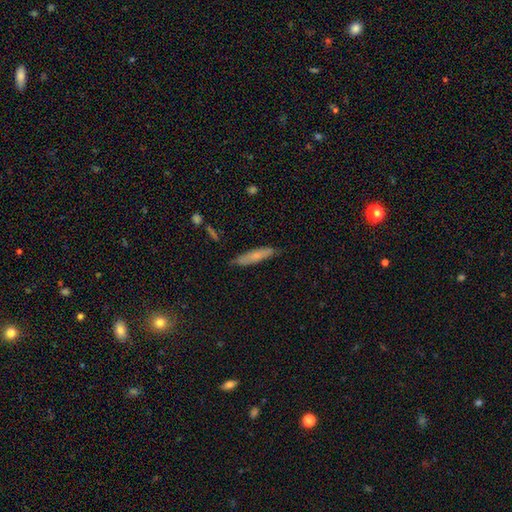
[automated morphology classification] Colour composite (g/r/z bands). It shows a smooth galaxy with no disk features (65%) that is cigar-shaped (83%). Merging: none (80%).